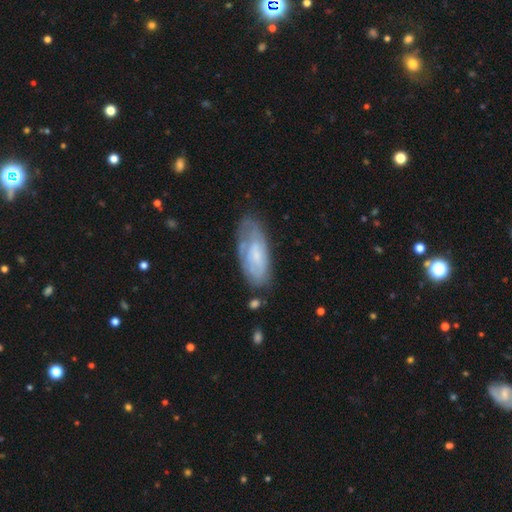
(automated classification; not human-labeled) Smooth or featured?
  - featured or disk: 49% *
  - smooth: 44%
  - star or artifact: 7%
Merging?
  - none: 60% *
  - minor disturbance: 26%
  - major disturbance: 10%
  - merger: 4%